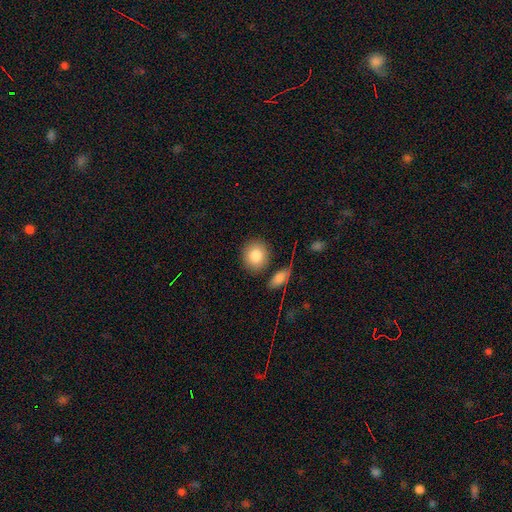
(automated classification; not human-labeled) Smooth or featured?
  - smooth: 84% *
  - featured or disk: 9%
  - star or artifact: 7%
How rounded?
  - round: 80% *
  - in between: 18%
  - cigar-shaped: 1%
Merging?
  - none: 80% *
  - minor disturbance: 9%
  - merger: 7%
  - major disturbance: 3%